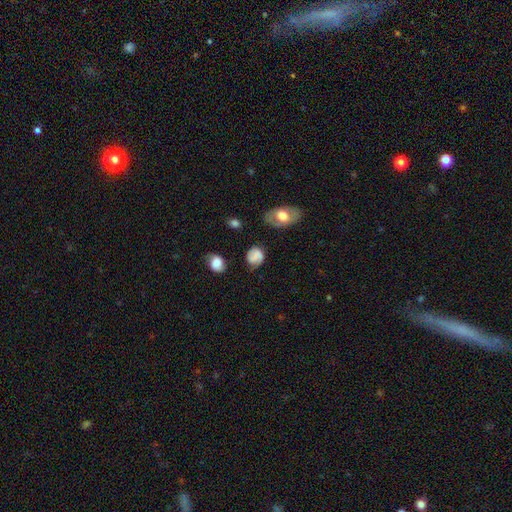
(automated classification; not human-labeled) smooth_or_featured: smooth (p=0.62) [alt: featured or disk p=0.28]
how_rounded: round (p=0.60) [alt: in between p=0.39]
merging: none (p=0.65) [alt: minor disturbance p=0.23]